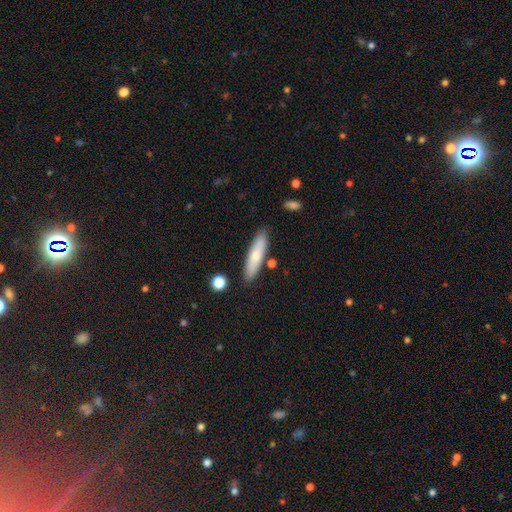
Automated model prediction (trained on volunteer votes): Q: Smooth or featured?
A: smooth (71%); runner-up: featured or disk (23%)
Q: How rounded?
A: cigar-shaped (74%); runner-up: in between (24%)
Q: Merging?
A: none (84%); runner-up: minor disturbance (10%)